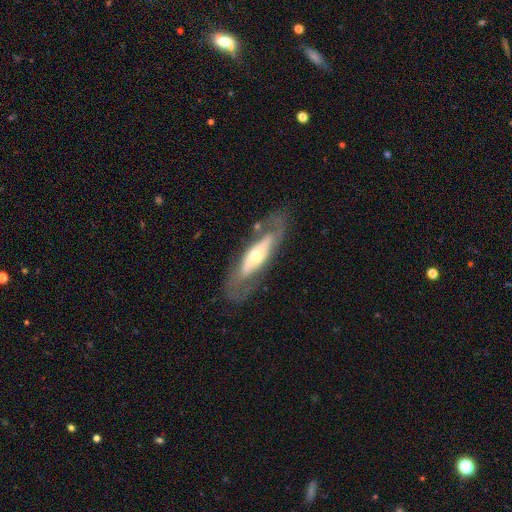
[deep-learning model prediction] Q: Smooth or featured?
A: featured or disk (69%); runner-up: smooth (25%)
Q: Edge-on disk?
A: no (71%); runner-up: yes (29%)
Q: Merging?
A: none (71%); runner-up: minor disturbance (16%)